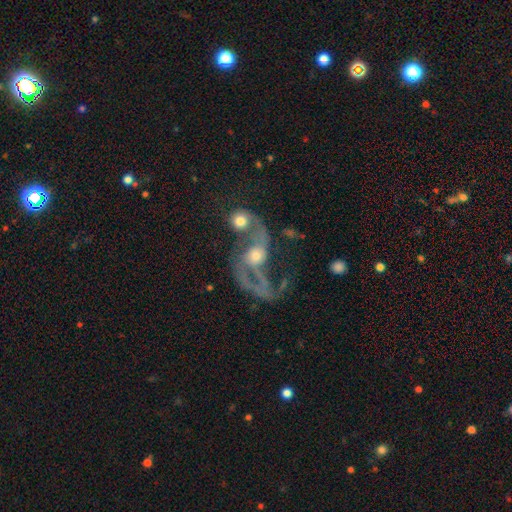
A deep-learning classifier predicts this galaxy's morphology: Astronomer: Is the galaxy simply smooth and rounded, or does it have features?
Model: featured or disk — 79%.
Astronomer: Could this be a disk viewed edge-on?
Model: no — 96%.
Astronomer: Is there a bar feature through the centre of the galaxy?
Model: no — 66%.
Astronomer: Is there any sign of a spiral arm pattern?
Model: yes — 86%.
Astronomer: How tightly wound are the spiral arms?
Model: loose — 66%.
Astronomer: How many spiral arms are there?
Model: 2 — 78%.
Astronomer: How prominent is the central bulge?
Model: moderate — 54% (runner-up: small, 34%).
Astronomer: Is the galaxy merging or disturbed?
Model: merger — 51%.